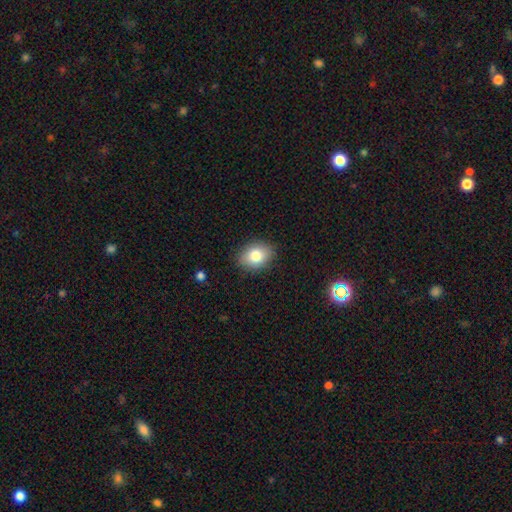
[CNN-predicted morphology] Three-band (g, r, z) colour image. It shows a smooth galaxy with no disk features (81%) that is in between round and cigar-shaped (67%). Merging: none (87%).